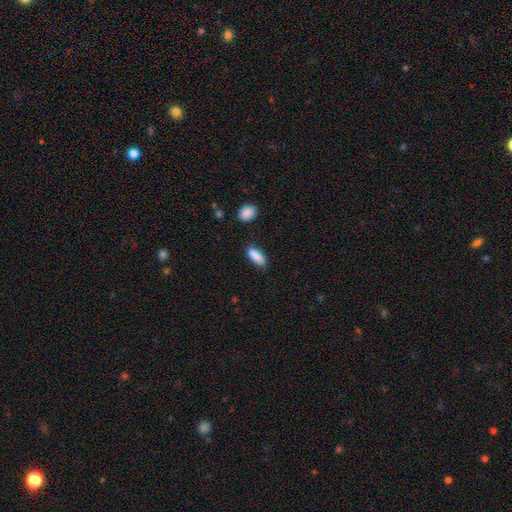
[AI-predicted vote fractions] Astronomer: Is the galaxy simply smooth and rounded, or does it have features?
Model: smooth — 88%.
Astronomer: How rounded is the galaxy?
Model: in between — 68%.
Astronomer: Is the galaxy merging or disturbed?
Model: none — 77%.